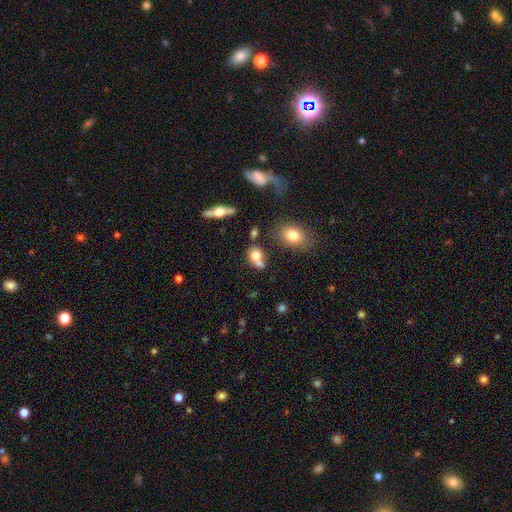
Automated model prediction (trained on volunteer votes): Smooth or featured? smooth (71%)
How rounded? round (54%)
Merging? merger (42%)